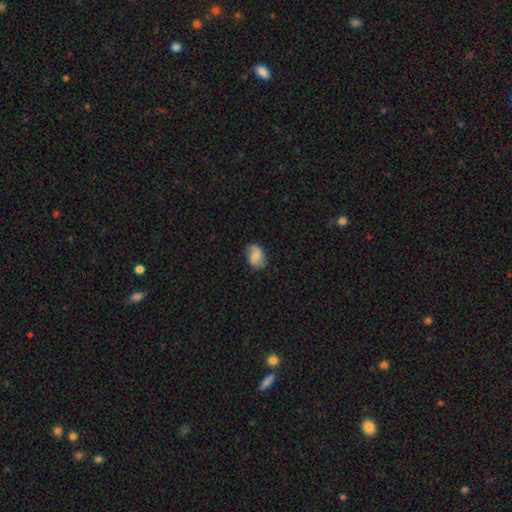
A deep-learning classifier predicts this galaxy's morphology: featured or disk 59%, smooth 34%, star or artifact 8%. Down the decision tree: edge-on disk — no (97%); bar — weak (49%); spiral arms — yes (89%); spiral arm count — 2 (90%); spiral winding — loose (61%); bulge size — small (37%); merging — none (79%).